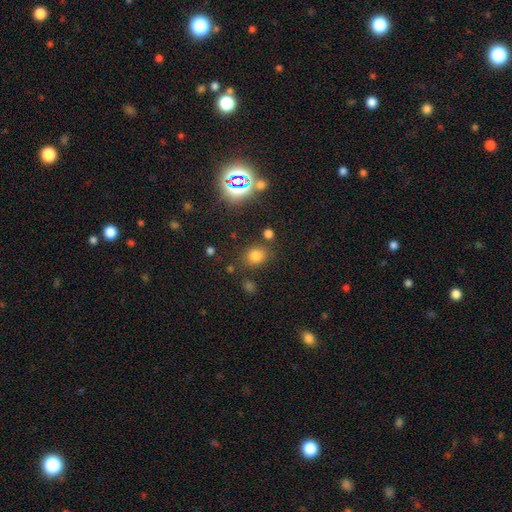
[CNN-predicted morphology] smooth-or-featured: smooth: 74% | star or artifact: 19% | featured or disk: 7%
  how-rounded: round: 60% | in between: 38% | cigar-shaped: 1%
  merging: none: 78% | minor disturbance: 11% | merger: 6% | major disturbance: 5%